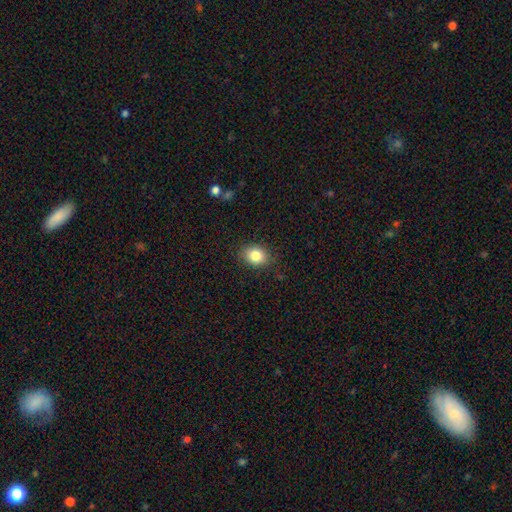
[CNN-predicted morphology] Overall: smooth (83%). How rounded: in between (53%; round 46%). Merging: none (85%).